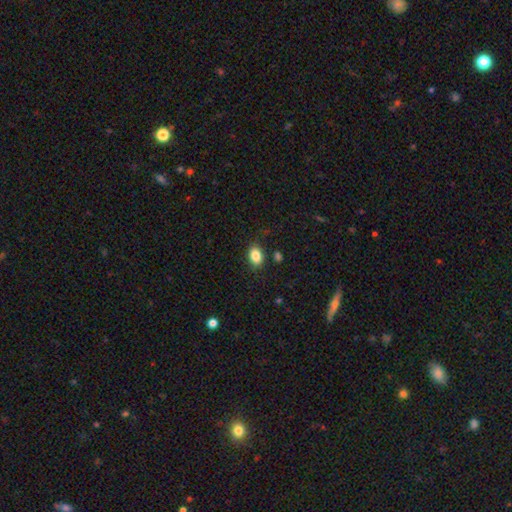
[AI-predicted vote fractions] Smooth or featured: smooth — 85% (star or artifact — 9%)
How rounded: in between — 74% (round — 24%)
Merging: none — 82% (minor disturbance — 12%)